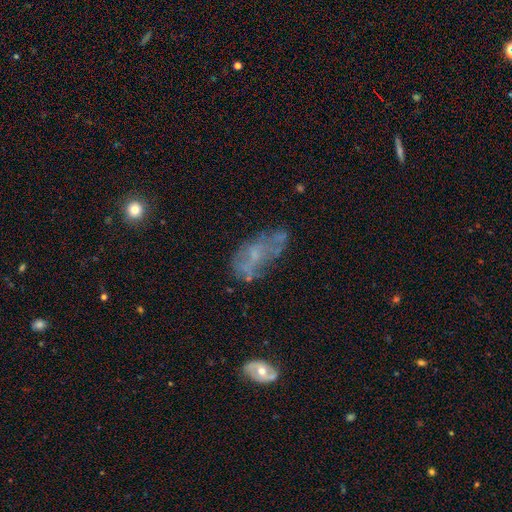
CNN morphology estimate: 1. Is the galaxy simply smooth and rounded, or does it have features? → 53% featured or disk, 33% smooth, 14% star or artifact.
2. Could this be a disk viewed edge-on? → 92% no, 8% yes.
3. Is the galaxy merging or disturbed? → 48% none, 24% minor disturbance, 18% major disturbance, 9% merger.